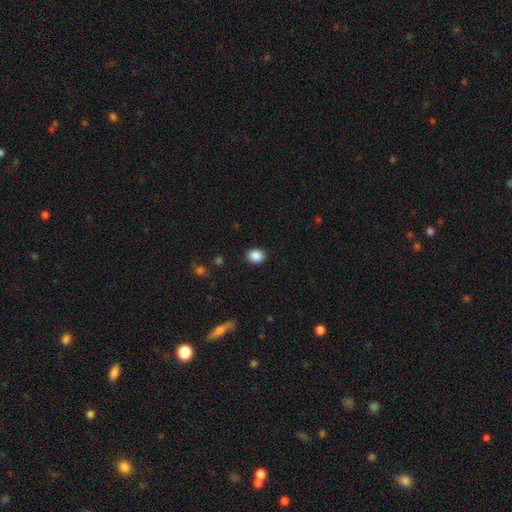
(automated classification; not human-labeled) This appears to be a smooth galaxy with no disk features (88%) that is round (70%). Merging: none (89%).